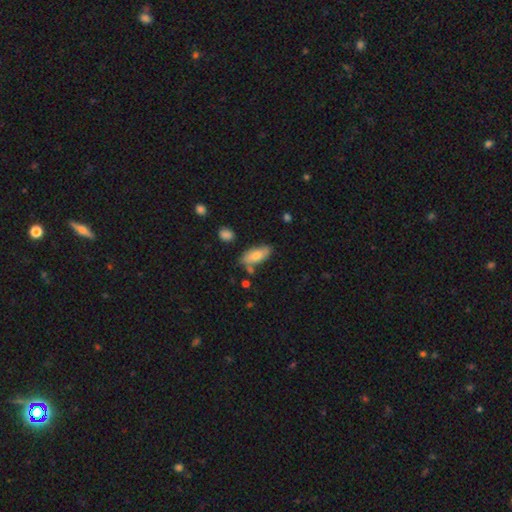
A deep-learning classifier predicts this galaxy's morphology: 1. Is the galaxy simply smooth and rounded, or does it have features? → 76% smooth, 17% featured or disk, 7% star or artifact.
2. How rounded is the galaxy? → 83% in between, 15% cigar-shaped, 3% round.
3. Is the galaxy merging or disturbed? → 69% none, 19% minor disturbance, 7% merger, 4% major disturbance.